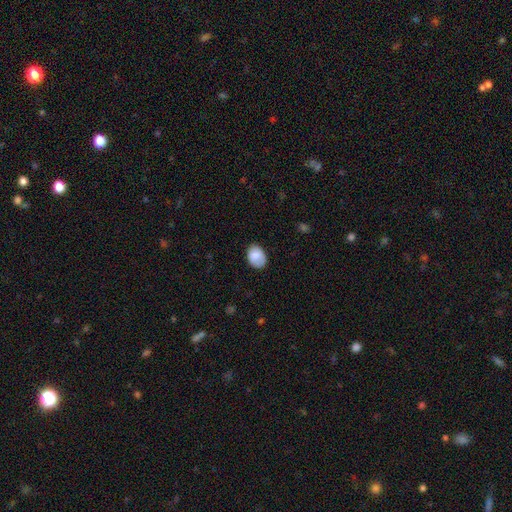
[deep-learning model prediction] smooth-or-featured: smooth: 84% | featured or disk: 9% | star or artifact: 7%
  how-rounded: in between: 72% | round: 27% | cigar-shaped: 1%
  merging: none: 74% | minor disturbance: 21% | major disturbance: 5% | merger: 1%